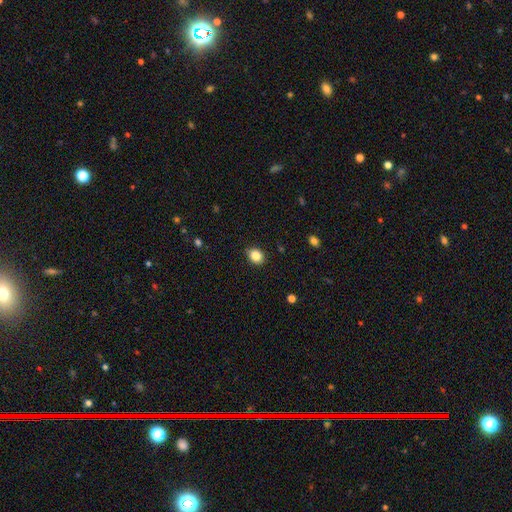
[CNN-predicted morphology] Q: Smooth or featured?
A: smooth (85%); runner-up: star or artifact (10%)
Q: How rounded?
A: round (54%); runner-up: in between (45%)
Q: Merging?
A: none (88%); runner-up: minor disturbance (9%)